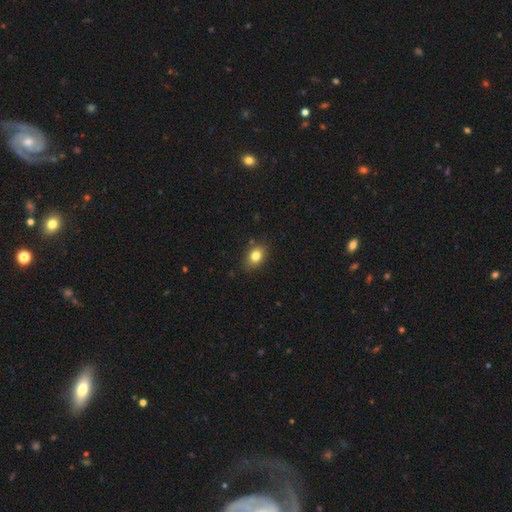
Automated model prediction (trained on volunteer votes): Smooth or featured: smooth — 81% (star or artifact — 10%)
How rounded: in between — 67% (round — 32%)
Merging: none — 82% (minor disturbance — 13%)